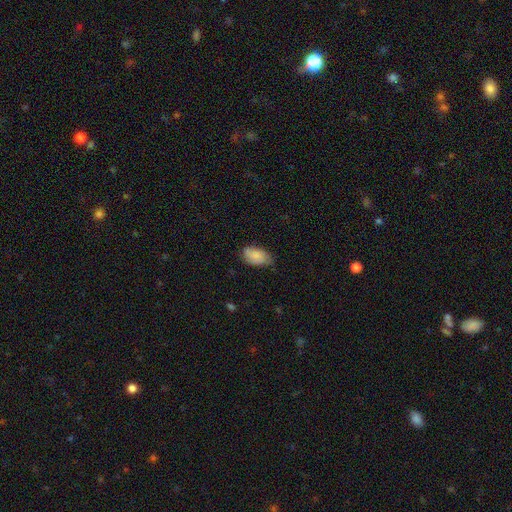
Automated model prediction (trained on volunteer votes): smooth_or_featured: smooth (p=0.80) [alt: featured or disk p=0.13]
how_rounded: in between (p=0.93) [alt: round p=0.05]
merging: none (p=0.61) [alt: minor disturbance p=0.32]